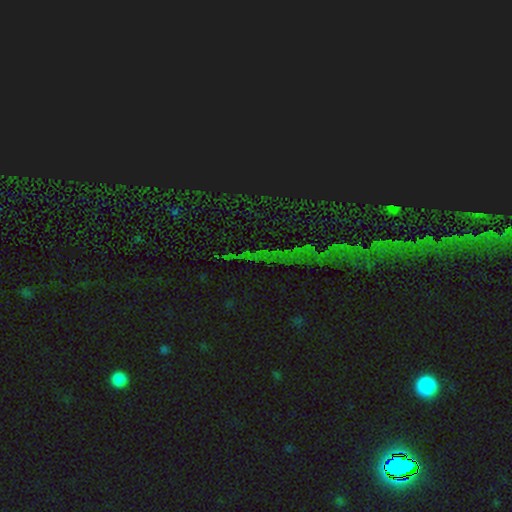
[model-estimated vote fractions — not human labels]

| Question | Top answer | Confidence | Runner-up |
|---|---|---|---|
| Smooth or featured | star or artifact | 85% | smooth (8%) |